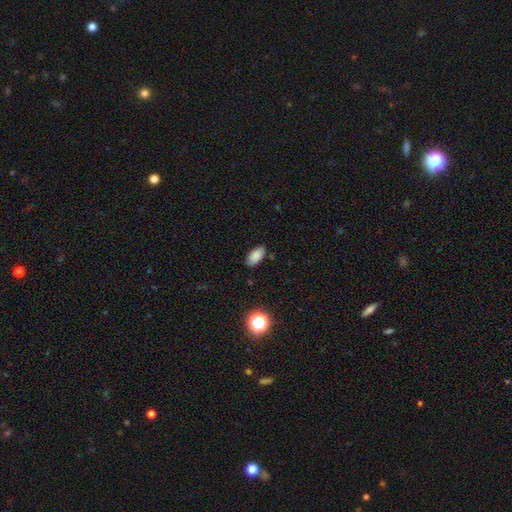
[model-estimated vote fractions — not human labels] smooth_or_featured: smooth (p=0.85) [alt: star or artifact p=0.10]
how_rounded: in between (p=0.92) [alt: cigar-shaped p=0.04]
merging: none (p=0.84) [alt: minor disturbance p=0.12]